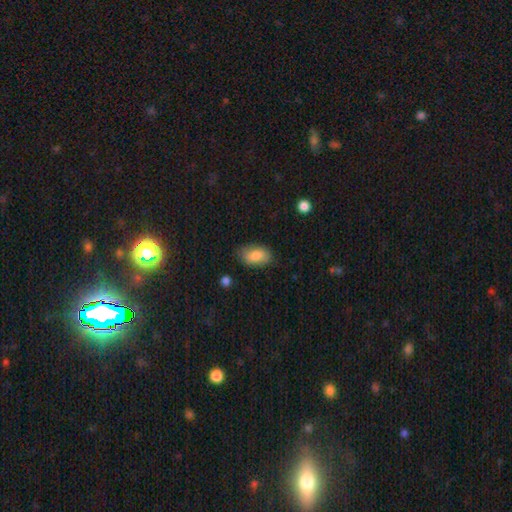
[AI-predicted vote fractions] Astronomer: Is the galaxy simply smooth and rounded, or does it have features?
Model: smooth — 84%.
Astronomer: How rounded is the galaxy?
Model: in between — 92%.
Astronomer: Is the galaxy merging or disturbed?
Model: none — 77%.